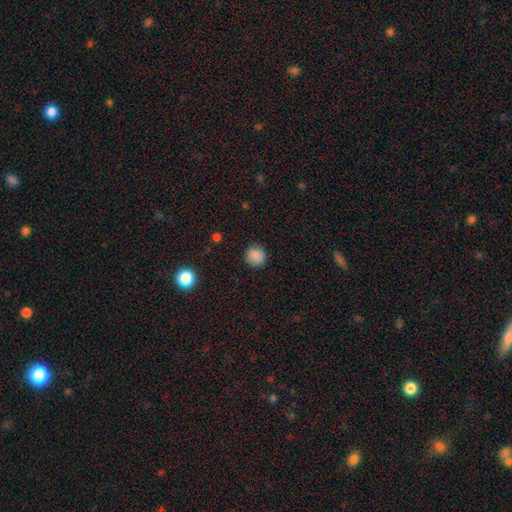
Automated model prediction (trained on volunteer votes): A smooth galaxy with no disk features (87%) that is round (89%). Merging: none (88%).